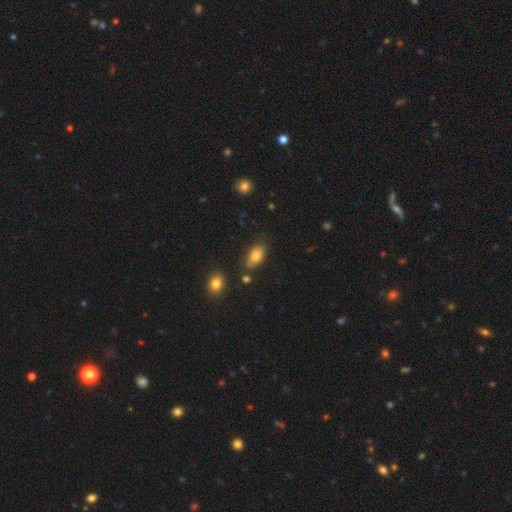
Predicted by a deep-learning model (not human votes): This is clearly a smooth galaxy (82%). How rounded: clearly in between (90%). Merging: likely none (76%).